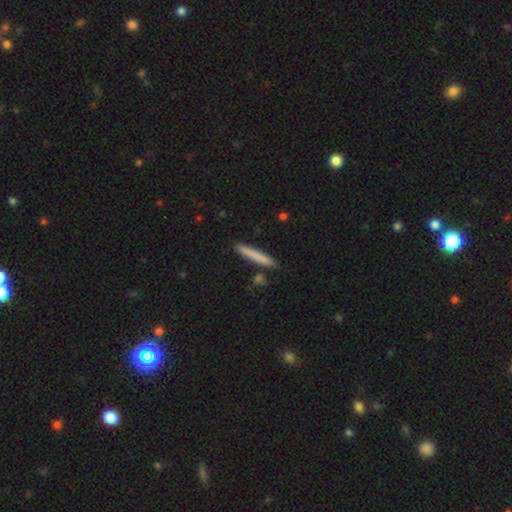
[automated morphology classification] Q: Smooth or featured?
A: smooth (76%); runner-up: featured or disk (18%)
Q: How rounded?
A: cigar-shaped (96%); runner-up: in between (3%)
Q: Merging?
A: none (85%); runner-up: minor disturbance (9%)